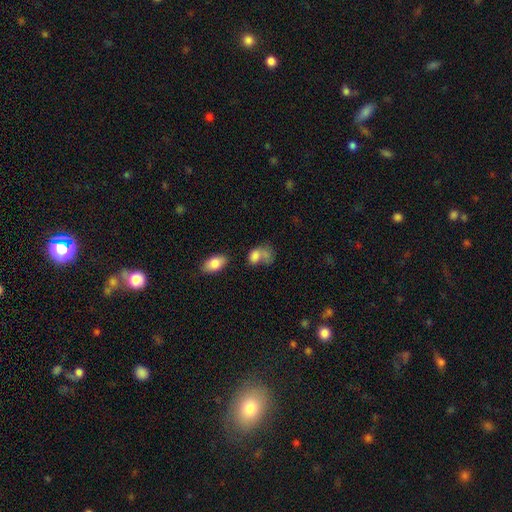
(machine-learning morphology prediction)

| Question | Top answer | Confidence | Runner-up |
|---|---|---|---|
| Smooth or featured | smooth | 71% | featured or disk (19%) |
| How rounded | in between | 74% | round (24%) |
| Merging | merger | 30% | tied: major disturbance (30%) |